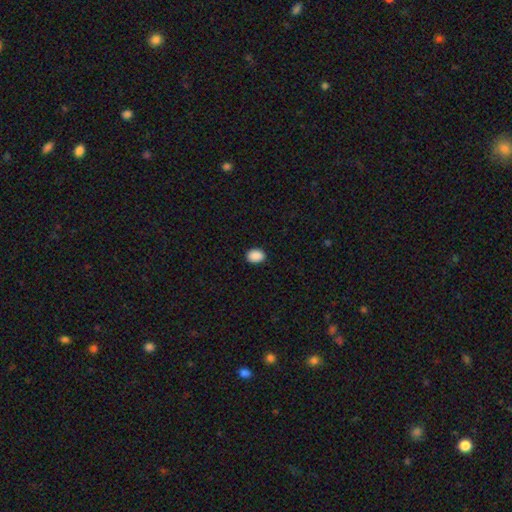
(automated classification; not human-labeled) Smooth or featured? Predicted: smooth (p=0.90). How rounded? Predicted: in between (p=0.69). Merging? Predicted: none (p=0.90).